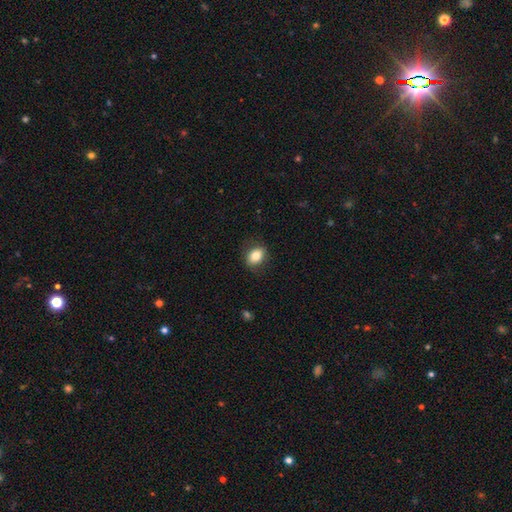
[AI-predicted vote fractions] A smooth galaxy with no disk features (80%) that is in between round and cigar-shaped (65%).

Vote fractions:
- Smooth or featured? smooth: 80% / featured or disk: 11% / star or artifact: 9%
- How rounded? in between: 65% / round: 33% / cigar-shaped: 1%
- Merging? none: 84% / minor disturbance: 12% / major disturbance: 3% / merger: 1%